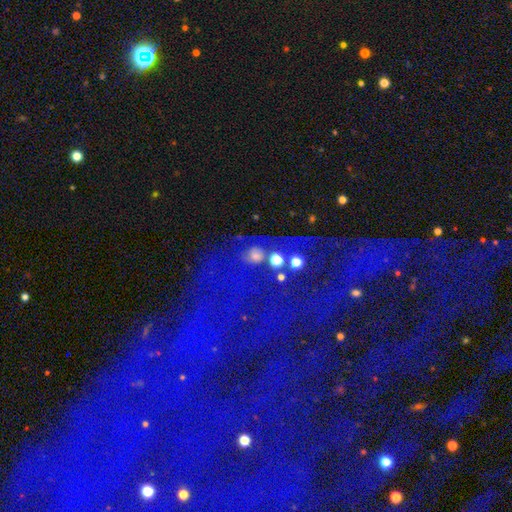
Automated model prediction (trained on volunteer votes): smooth-or-featured: smooth: 54% | star or artifact: 28% | featured or disk: 18%
  how-rounded: round: 70% | in between: 27% | cigar-shaped: 3%
  merging: none: 61% | merger: 14% | minor disturbance: 14% | major disturbance: 11%